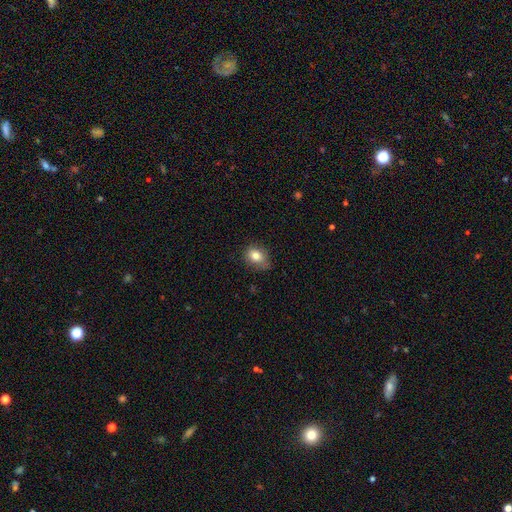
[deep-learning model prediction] Smooth or featured?
  - smooth: 80% *
  - star or artifact: 10%
  - featured or disk: 10%
How rounded?
  - in between: 52% *
  - round: 47%
  - cigar-shaped: 1%
Merging?
  - none: 68% *
  - minor disturbance: 25%
  - major disturbance: 5%
  - merger: 2%